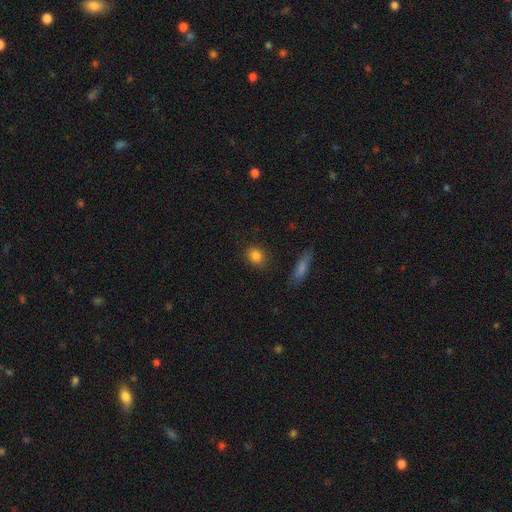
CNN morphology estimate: Smooth or featured?
  - smooth: 84% *
  - star or artifact: 10%
  - featured or disk: 6%
How rounded?
  - round: 59% *
  - in between: 38%
  - cigar-shaped: 3%
Merging?
  - none: 86% *
  - minor disturbance: 9%
  - major disturbance: 2%
  - merger: 2%